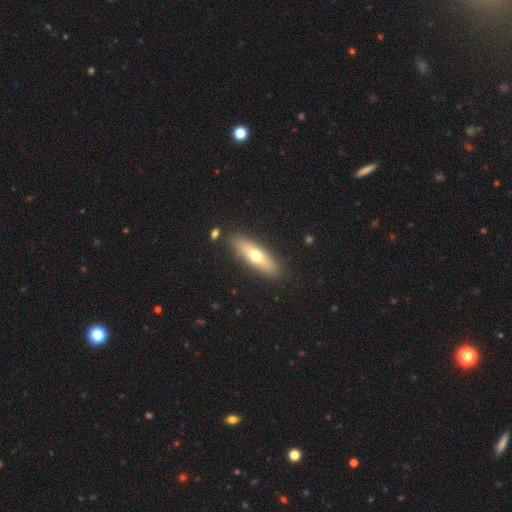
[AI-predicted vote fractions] The model was most divided on "how rounded": cigar-shaped: 56%, in between: 42%, round: 2%. More confident: merging — none (87%); smooth or featured — smooth (59%).